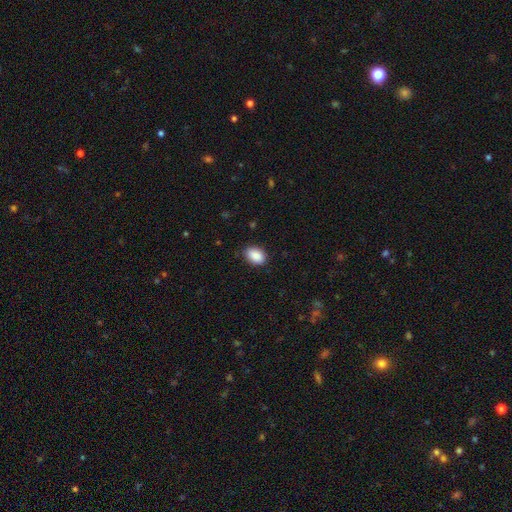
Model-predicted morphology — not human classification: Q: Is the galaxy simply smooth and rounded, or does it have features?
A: smooth — 89%.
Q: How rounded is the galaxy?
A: in between — 85%.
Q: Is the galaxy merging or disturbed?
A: none — 85%.